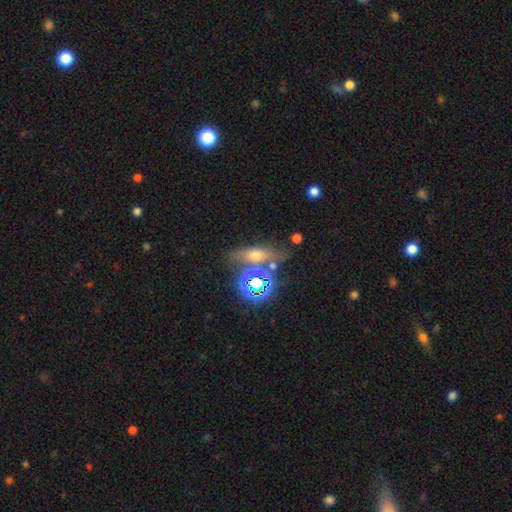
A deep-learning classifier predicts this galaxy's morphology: This is marginally a smooth galaxy (44%). Merging: likely none (66%).